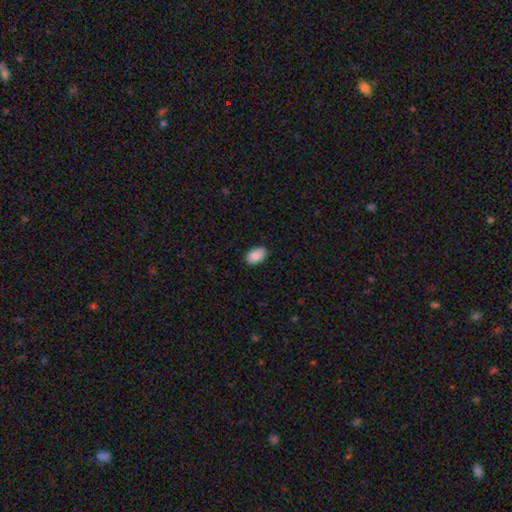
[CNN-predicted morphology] A smooth galaxy with no disk features (90%) that is in between round and cigar-shaped (93%). Merging: none (87%).